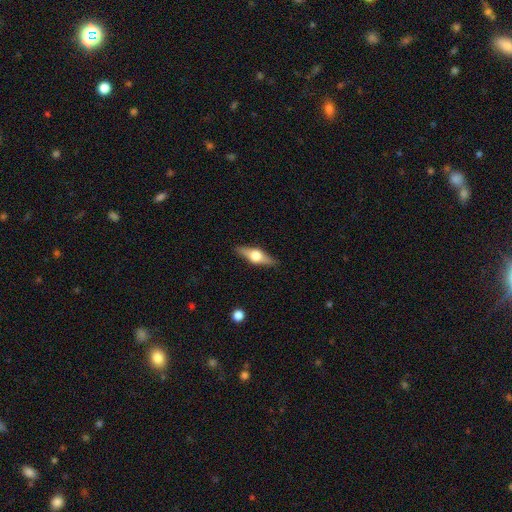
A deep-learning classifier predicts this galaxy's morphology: This appears to be a featured or disk galaxy (67%) viewed edge-on (96%) with a rounded central bulge (95%). Merging: none (89%).